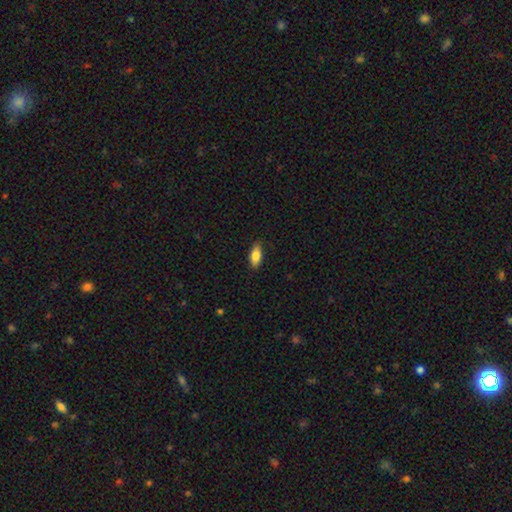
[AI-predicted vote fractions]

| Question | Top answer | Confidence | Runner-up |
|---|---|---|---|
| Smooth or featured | smooth | 81% | featured or disk (12%) |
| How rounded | in between | 83% | cigar-shaped (14%) |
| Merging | none | 86% | minor disturbance (11%) |